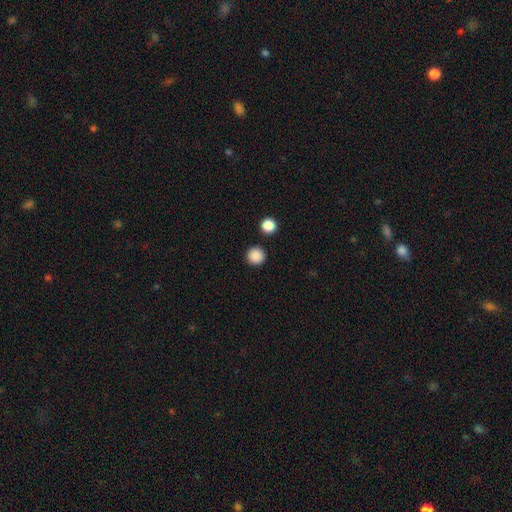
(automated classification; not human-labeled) Smooth or featured: smooth — 87% (star or artifact — 10%)
How rounded: round — 95% (in between — 4%)
Merging: none — 91% (minor disturbance — 5%)